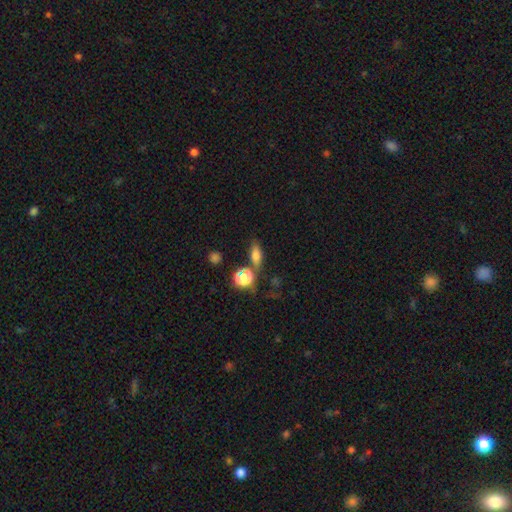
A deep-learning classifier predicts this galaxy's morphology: This appears to be a smooth galaxy with no disk features (72%) that is in between round and cigar-shaped (66%). Merging: none (71%).